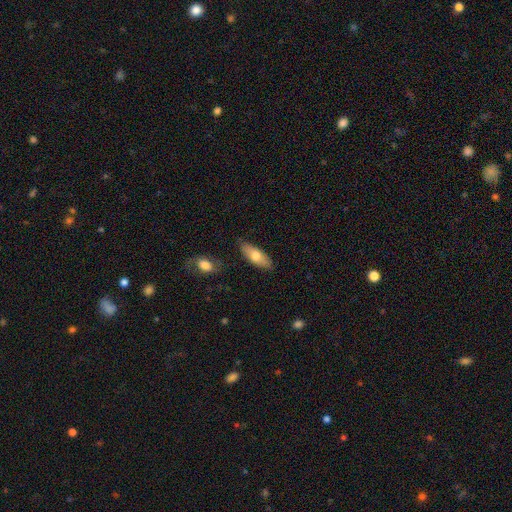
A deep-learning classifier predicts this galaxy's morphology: This appears to be a smooth galaxy with no disk features (70%) that is in between round and cigar-shaped (69%). Merging: none (82%).